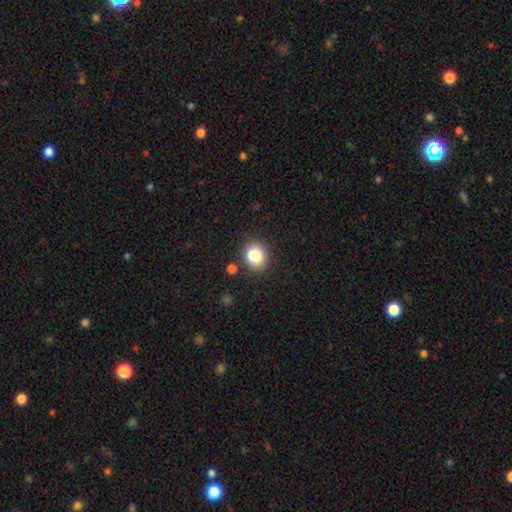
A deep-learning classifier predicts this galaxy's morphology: smooth_or_featured: smooth (p=0.83) [alt: star or artifact p=0.11]
how_rounded: round (p=0.71) [alt: in between p=0.28]
merging: none (p=0.79) [alt: minor disturbance p=0.12]